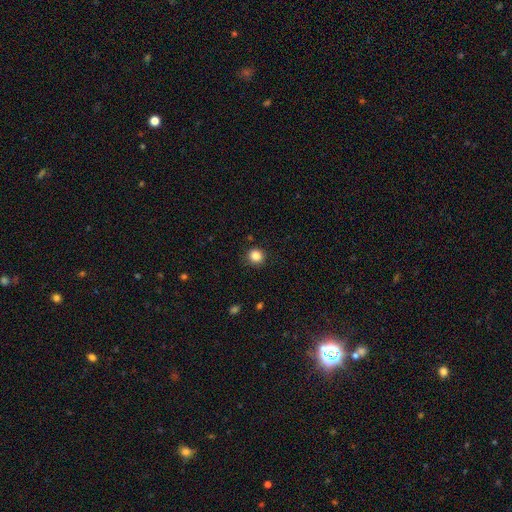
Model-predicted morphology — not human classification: The model was most divided on "smooth or featured": smooth: 85%, star or artifact: 11%, featured or disk: 4%. More confident: how rounded — round (90%); merging — none (89%).